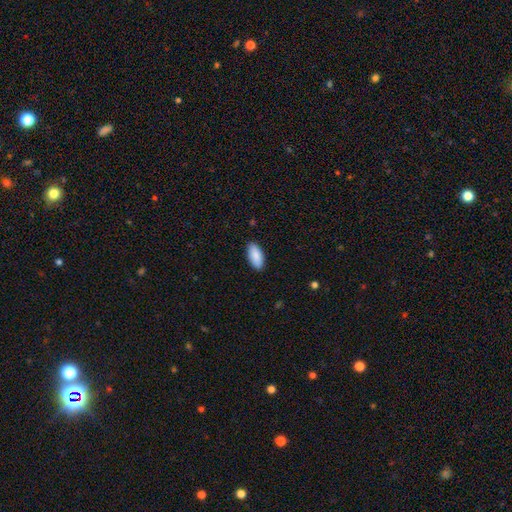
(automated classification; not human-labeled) A smooth galaxy with no disk features (89%) that is in between round and cigar-shaped (91%).

Vote fractions:
- Smooth or featured? smooth: 89% / star or artifact: 6% / featured or disk: 5%
- How rounded? in between: 91% / cigar-shaped: 7% / round: 2%
- Merging? none: 89% / minor disturbance: 9% / major disturbance: 2% / merger: 1%